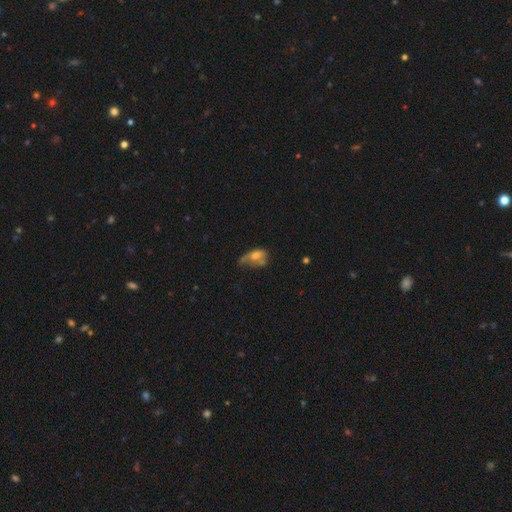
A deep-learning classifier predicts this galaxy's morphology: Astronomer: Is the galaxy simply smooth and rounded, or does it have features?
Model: smooth — 53% (runner-up: featured or disk, 37%).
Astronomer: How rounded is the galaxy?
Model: in between — 83%.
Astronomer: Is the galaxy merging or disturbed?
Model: major disturbance — 32% (runner-up: minor disturbance, 29%).